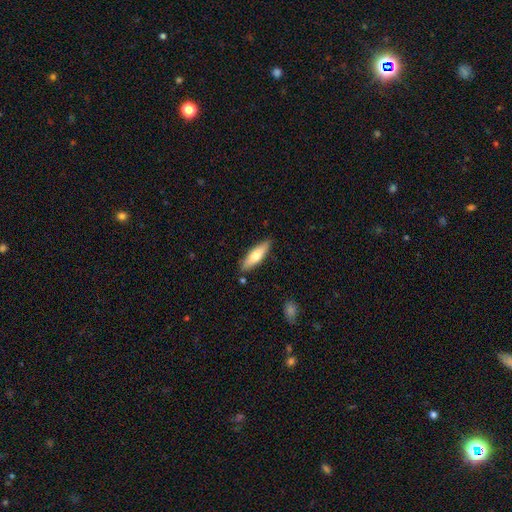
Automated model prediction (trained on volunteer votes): This appears to be a smooth galaxy with no disk features (65%) that is cigar-shaped (61%). Merging: none (85%).